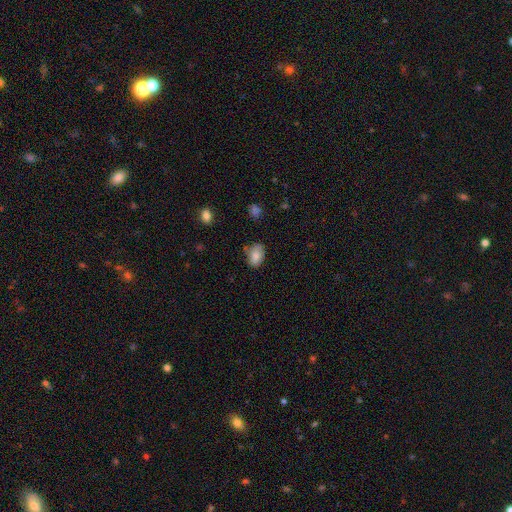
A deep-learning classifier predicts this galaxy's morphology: smooth 81%, featured or disk 11%, star or artifact 8%. Down the decision tree: how rounded — in between (79%); merging — none (69%).